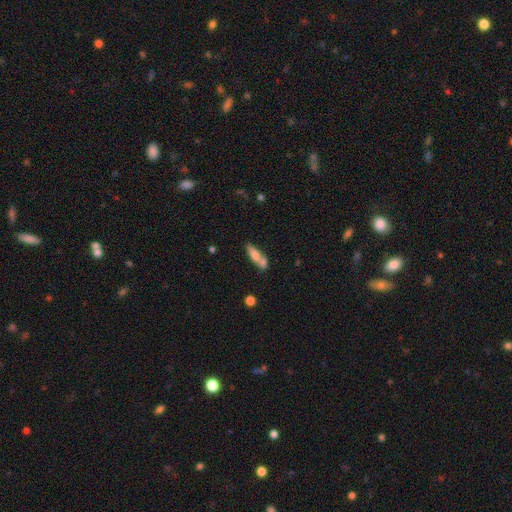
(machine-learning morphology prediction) Smooth or featured? smooth (70%)
How rounded? in between (56%)
Merging? merger (48%)